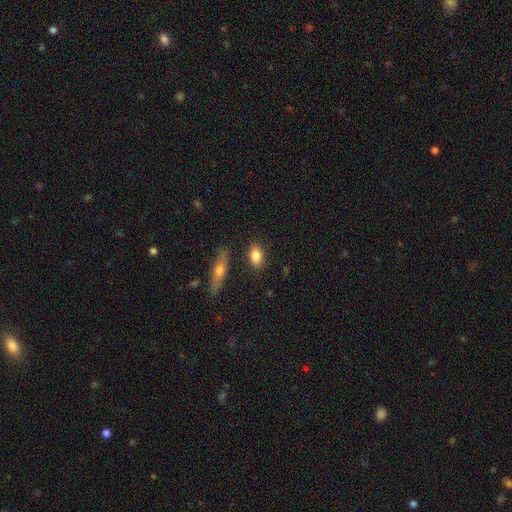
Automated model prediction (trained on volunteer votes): Morphology: type=smooth (84%); roundness=in between (82%); merging=none (84%).